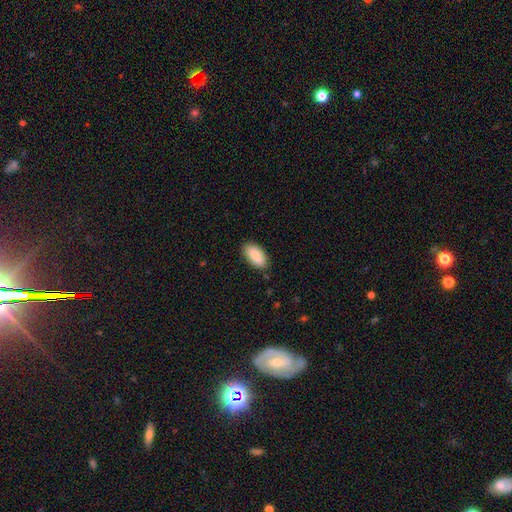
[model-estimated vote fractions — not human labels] smooth_or_featured: smooth (p=0.86) [alt: featured or disk p=0.08]
how_rounded: in between (p=0.94) [alt: cigar-shaped p=0.04]
merging: none (p=0.85) [alt: minor disturbance p=0.12]